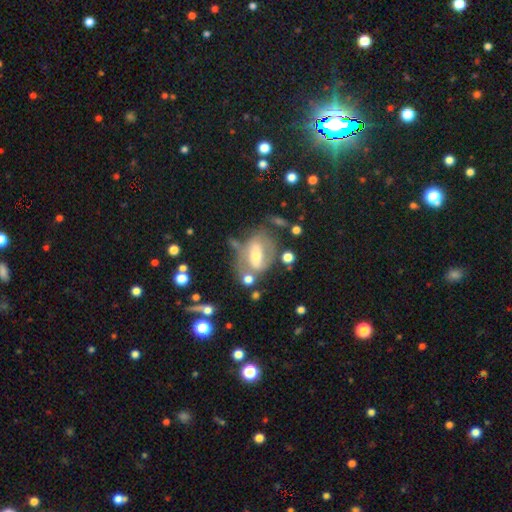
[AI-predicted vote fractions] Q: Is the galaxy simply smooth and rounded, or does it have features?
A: featured or disk — 66%.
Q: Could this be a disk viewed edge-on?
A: no — 93%.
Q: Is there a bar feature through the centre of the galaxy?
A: strong — 39%.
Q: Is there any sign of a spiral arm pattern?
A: yes — 63%.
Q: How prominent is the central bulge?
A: moderate — 58%.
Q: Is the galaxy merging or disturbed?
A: none — 50%.